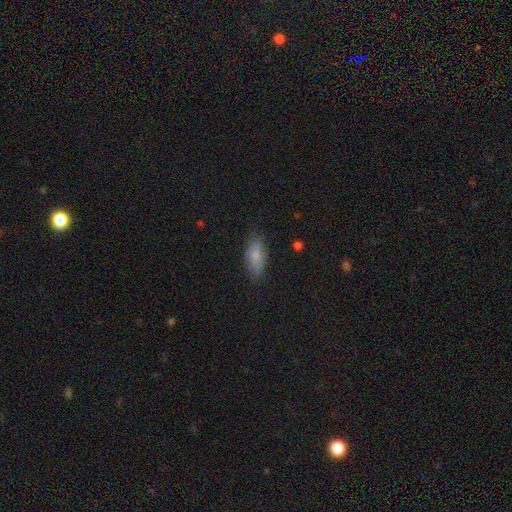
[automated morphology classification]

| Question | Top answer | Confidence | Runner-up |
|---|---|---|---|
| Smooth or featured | smooth | 76% | featured or disk (16%) |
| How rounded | in between | 84% | cigar-shaped (13%) |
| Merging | none | 71% | minor disturbance (23%) |